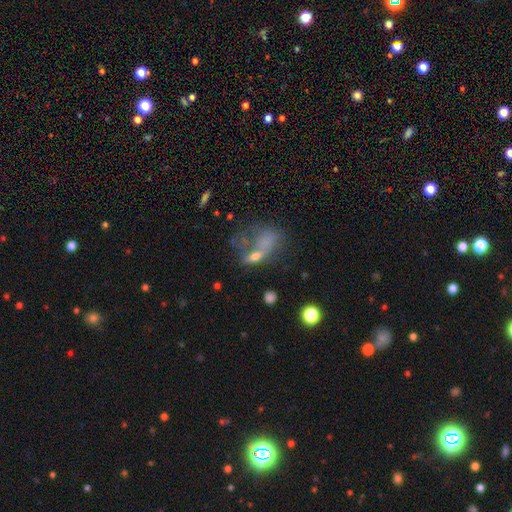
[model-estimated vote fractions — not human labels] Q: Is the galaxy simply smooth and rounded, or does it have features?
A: smooth — 51%.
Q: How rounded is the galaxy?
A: in between — 74%.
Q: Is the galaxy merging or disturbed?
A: major disturbance — 38%.